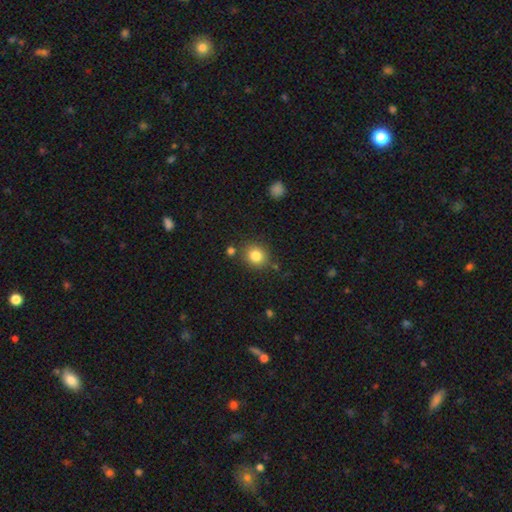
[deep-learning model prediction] This is clearly a smooth galaxy (83%). How rounded: clearly round (83%). Merging: clearly none (81%).